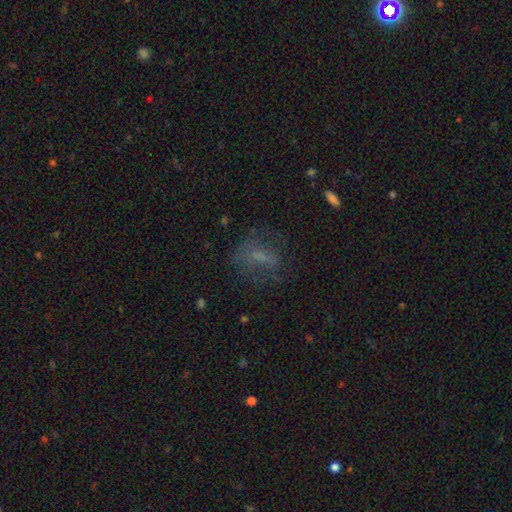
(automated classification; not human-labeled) Smooth or featured?
  - smooth: 44% *
  - featured or disk: 33%
  - star or artifact: 23%
Merging?
  - none: 56% *
  - major disturbance: 23%
  - minor disturbance: 19%
  - merger: 2%